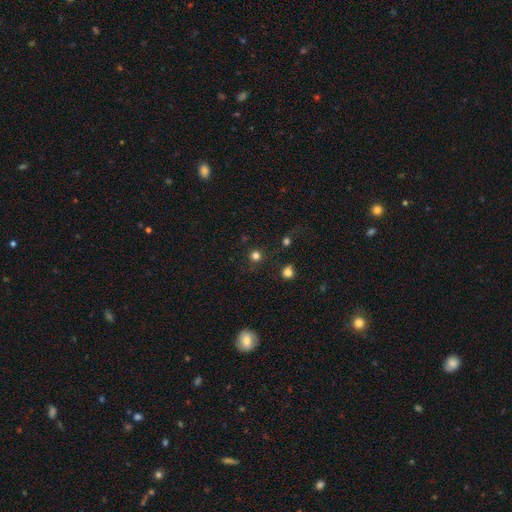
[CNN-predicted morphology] Smooth or featured: smooth — 75% (star or artifact — 20%)
How rounded: round — 94% (in between — 5%)
Merging: none — 85% (minor disturbance — 7%)